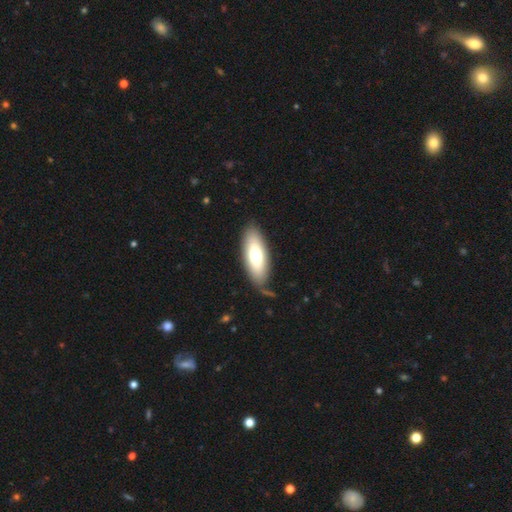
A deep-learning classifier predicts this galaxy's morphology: The model was most divided on "smooth or featured": smooth: 70%, featured or disk: 23%, star or artifact: 6%. More confident: merging — none (78%); how rounded — in between (75%).